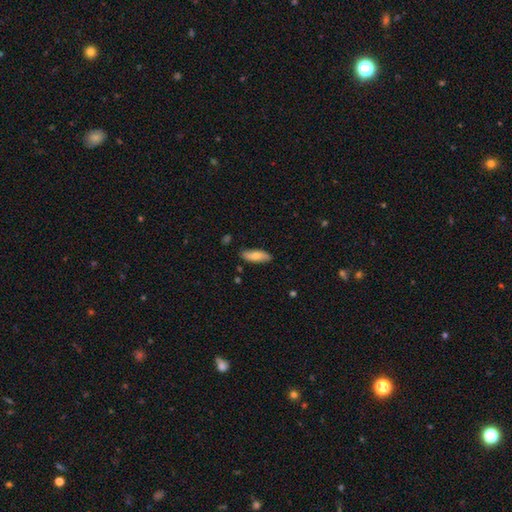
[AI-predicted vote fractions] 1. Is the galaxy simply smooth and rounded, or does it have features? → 75% smooth, 19% featured or disk, 6% star or artifact.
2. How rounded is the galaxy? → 62% in between, 36% cigar-shaped, 2% round.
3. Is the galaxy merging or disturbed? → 85% none, 12% minor disturbance, 2% major disturbance, 1% merger.